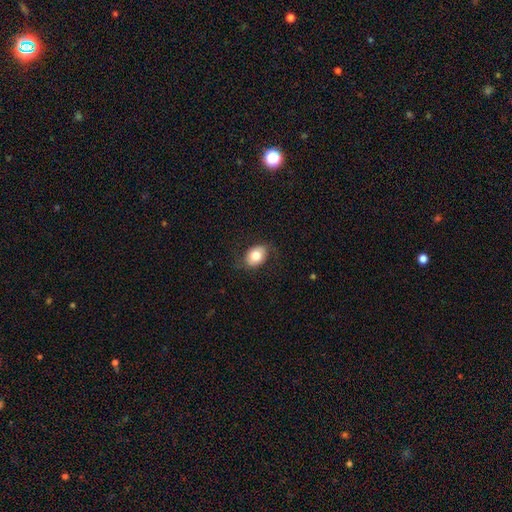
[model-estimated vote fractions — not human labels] smooth 77%, featured or disk 15%, star or artifact 8%. Down the decision tree: how rounded — in between (70%); merging — none (77%).